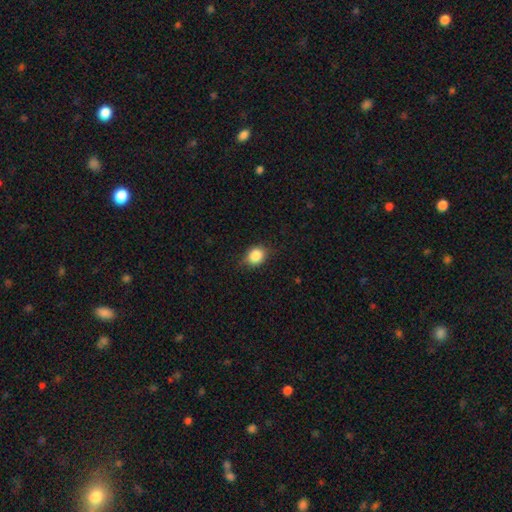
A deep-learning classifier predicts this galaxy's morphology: Overall: smooth (85%). How rounded: round (58%; in between 40%). Merging: none (77%).